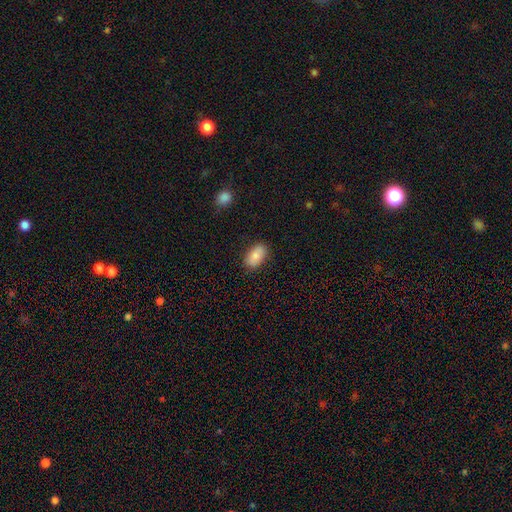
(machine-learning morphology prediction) Overall: smooth (85%). How rounded: in between (93%). Merging: none (86%).